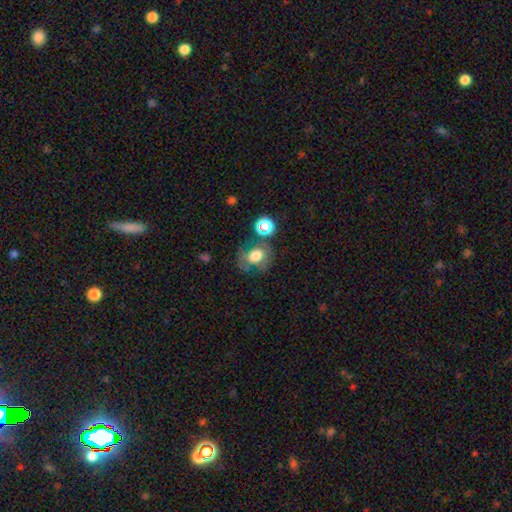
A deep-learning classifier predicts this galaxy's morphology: smooth 61%, featured or disk 26%, star or artifact 13%. Down the decision tree: how rounded — round (53%); merging — none (54%).